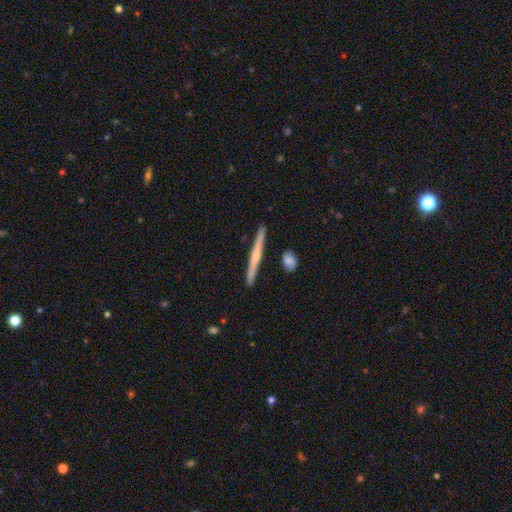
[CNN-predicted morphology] A featured or disk galaxy (58%) viewed edge-on (97%) with a rounded central bulge (52%). Merging: none (90%).